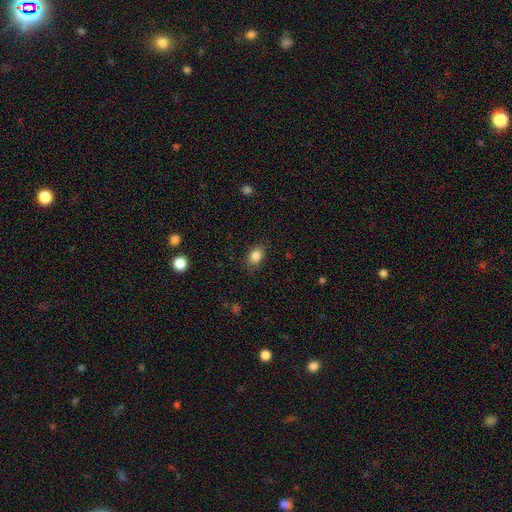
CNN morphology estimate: smooth_or_featured: smooth (p=0.85) [alt: star or artifact p=0.09]
how_rounded: in between (p=0.74) [alt: round p=0.24]
merging: none (p=0.83) [alt: minor disturbance p=0.13]